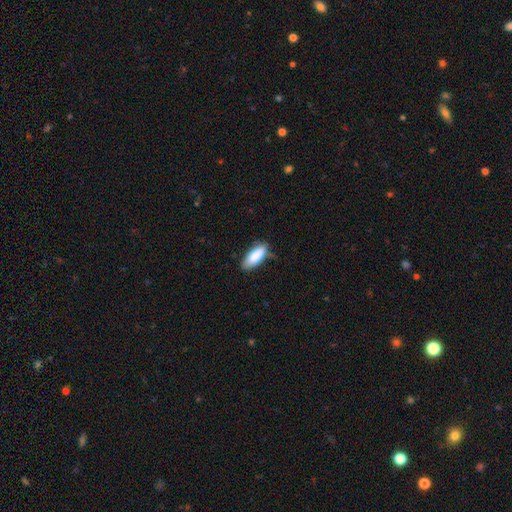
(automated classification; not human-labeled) Overall: smooth (87%). How rounded: in between (76%). Merging: none (71%).